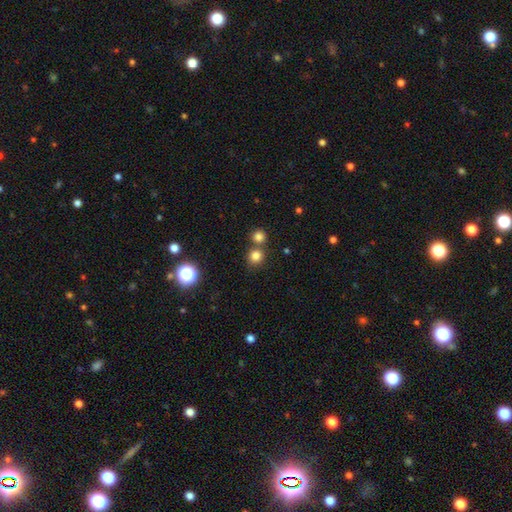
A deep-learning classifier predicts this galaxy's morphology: This is likely a smooth galaxy (79%). How rounded: clearly round (90%). Merging: likely none (66%).